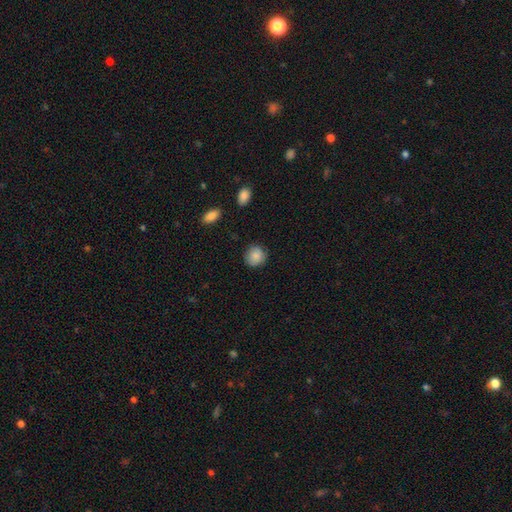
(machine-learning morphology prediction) A smooth galaxy with no disk features (86%) that is round (86%).

Vote fractions:
- Smooth or featured? smooth: 86% / star or artifact: 8% / featured or disk: 6%
- How rounded? round: 86% / in between: 13% / cigar-shaped: 1%
- Merging? none: 85% / minor disturbance: 11% / major disturbance: 3% / merger: 1%